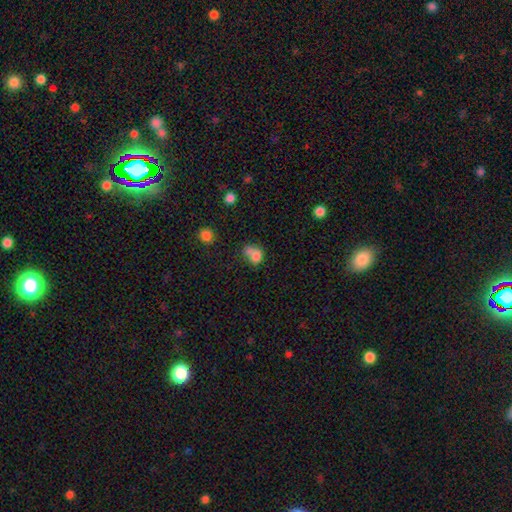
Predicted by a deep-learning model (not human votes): The model was most divided on "how rounded": in between: 54%, round: 45%, cigar-shaped: 1%. More confident: smooth or featured — smooth (76%); merging — merger (59%).